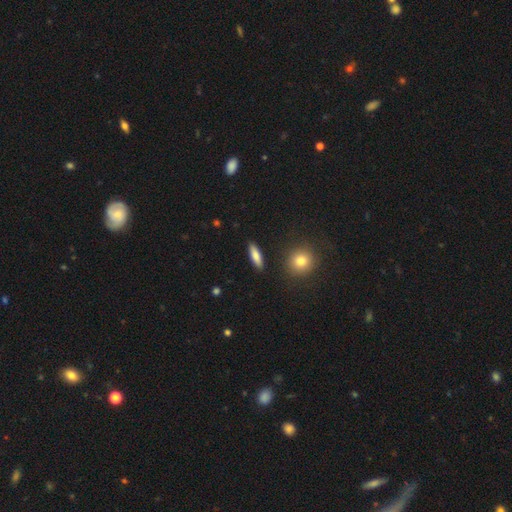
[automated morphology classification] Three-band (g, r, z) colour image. It shows a smooth galaxy with no disk features (75%) that is cigar-shaped (61%). Merging: none (90%).